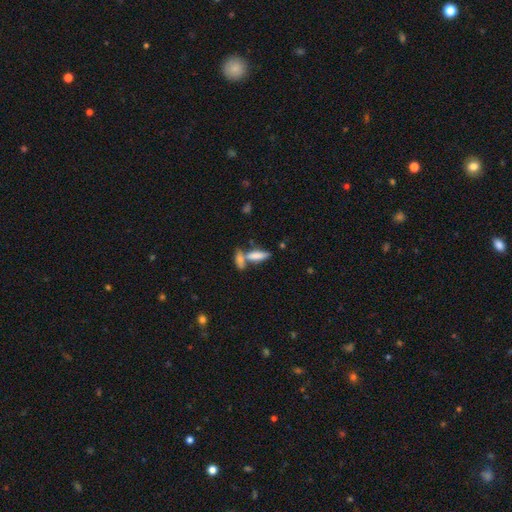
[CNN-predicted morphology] type=smooth (74%); roundness=in between (58%); merging=merger (49%).